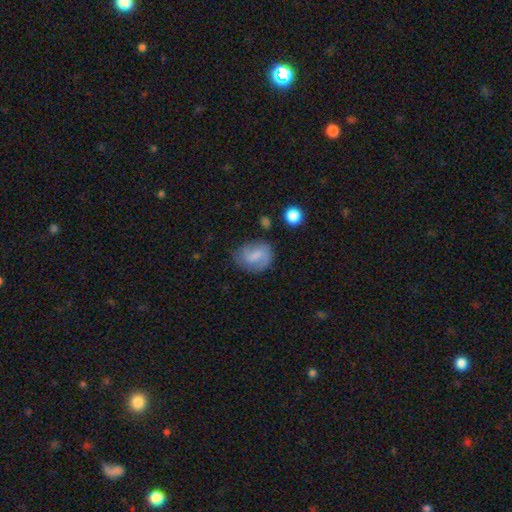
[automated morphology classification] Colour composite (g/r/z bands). It shows a smooth galaxy with no disk features (46%). Merging: none (64%).